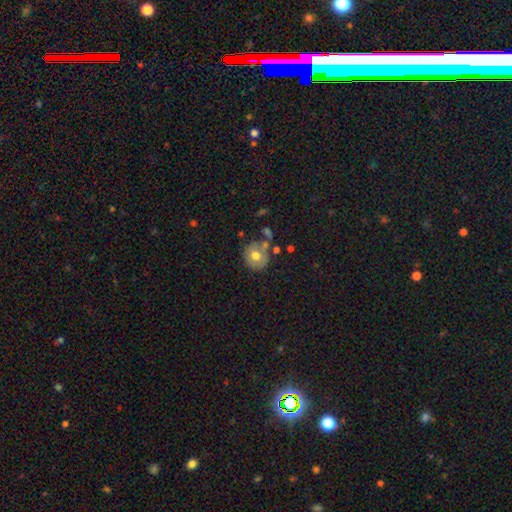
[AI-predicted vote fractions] Morphology: type=smooth (69%); roundness=round (80%); merging=none (62%).